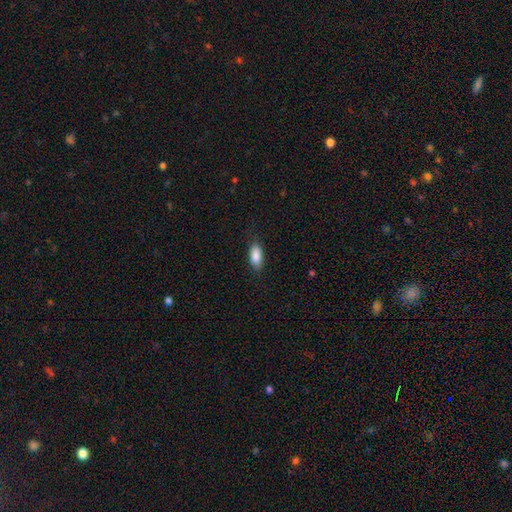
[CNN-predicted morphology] This appears to be a smooth galaxy with no disk features (87%) that is in between round and cigar-shaped (83%). Merging: none (84%).